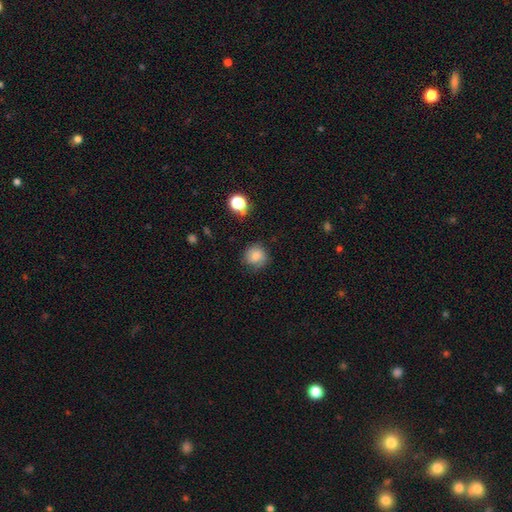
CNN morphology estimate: smooth 75%, featured or disk 14%, star or artifact 11%. Down the decision tree: how rounded — round (85%); merging — none (69%).